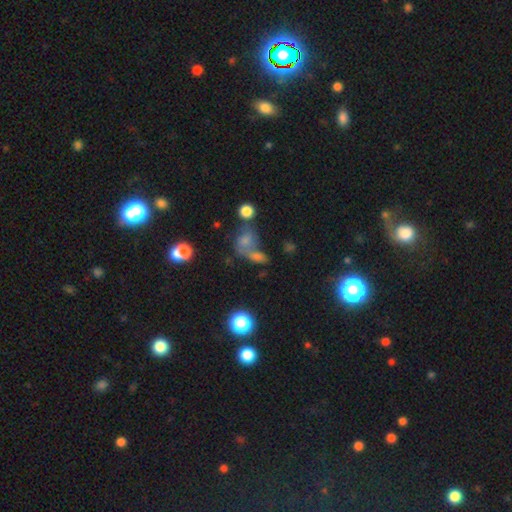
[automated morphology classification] This is possibly a smooth galaxy (56%). How rounded: possibly in between (49%). Merging: marginally merger (41%).